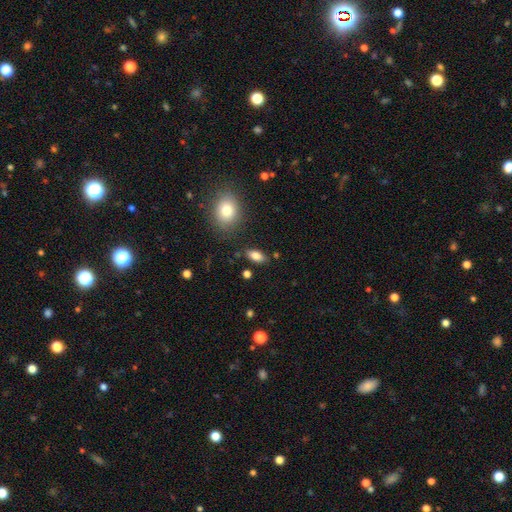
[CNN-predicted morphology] Smooth or featured?
  - smooth: 79% *
  - featured or disk: 12%
  - star or artifact: 9%
How rounded?
  - in between: 88% *
  - cigar-shaped: 7%
  - round: 5%
Merging?
  - none: 83% *
  - minor disturbance: 11%
  - merger: 3%
  - major disturbance: 3%